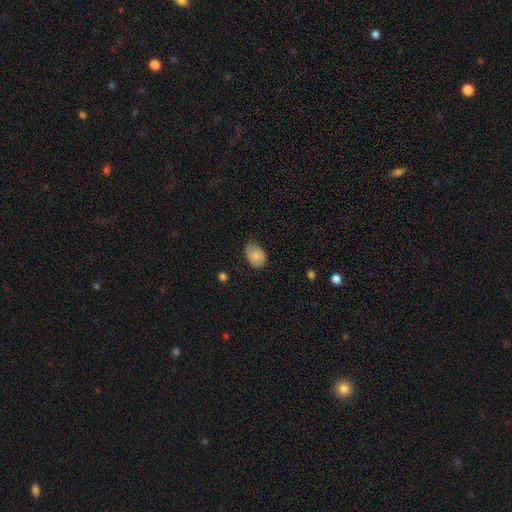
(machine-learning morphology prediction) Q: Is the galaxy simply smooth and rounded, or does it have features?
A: smooth — 81%.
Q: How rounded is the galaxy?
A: in between — 76%.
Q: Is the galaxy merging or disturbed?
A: none — 75%.